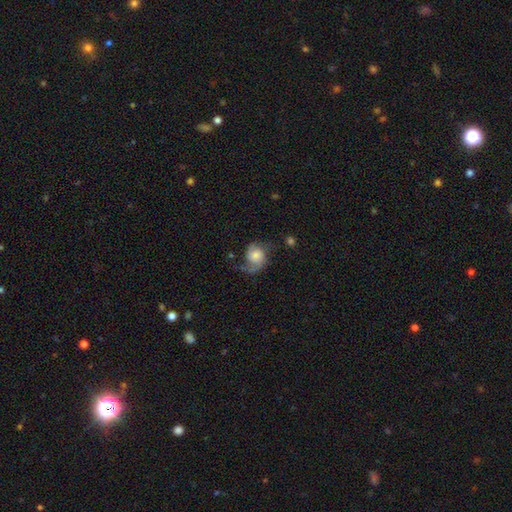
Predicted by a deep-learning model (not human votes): featured or disk 71%, smooth 22%, star or artifact 7%. Down the decision tree: edge-on disk — no (98%); bar — no (71%); spiral arms — yes (94%); spiral arm count — 2 (72%); spiral winding — loose (47%); bulge size — moderate (32%); merging — none (55%).